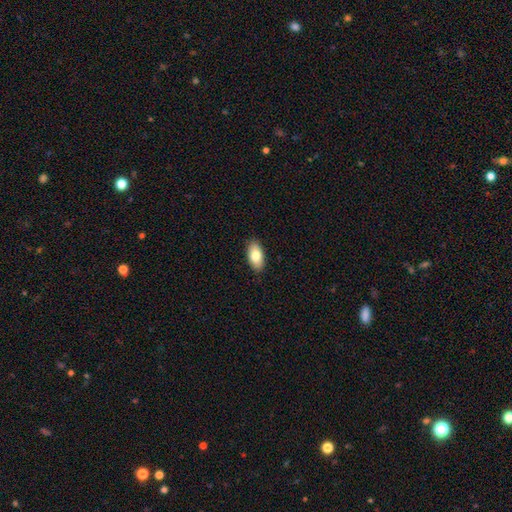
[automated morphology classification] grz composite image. It shows a smooth galaxy with no disk features (80%) that is in between round and cigar-shaped (92%). Merging: none (89%).